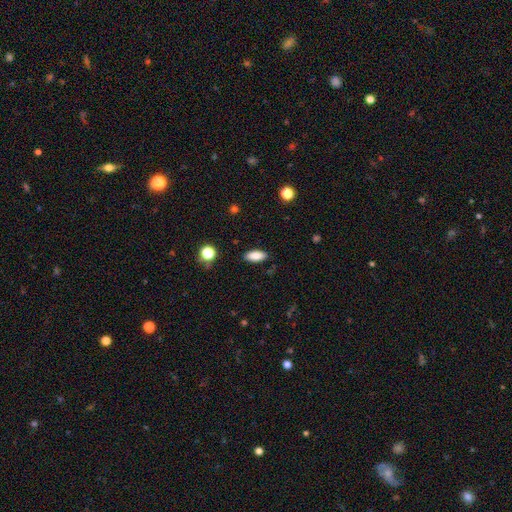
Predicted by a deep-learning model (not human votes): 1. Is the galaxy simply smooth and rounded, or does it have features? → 85% smooth, 8% star or artifact, 7% featured or disk.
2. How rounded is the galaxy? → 86% in between, 12% cigar-shaped, 3% round.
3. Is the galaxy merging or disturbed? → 88% none, 9% minor disturbance, 2% major disturbance, 1% merger.